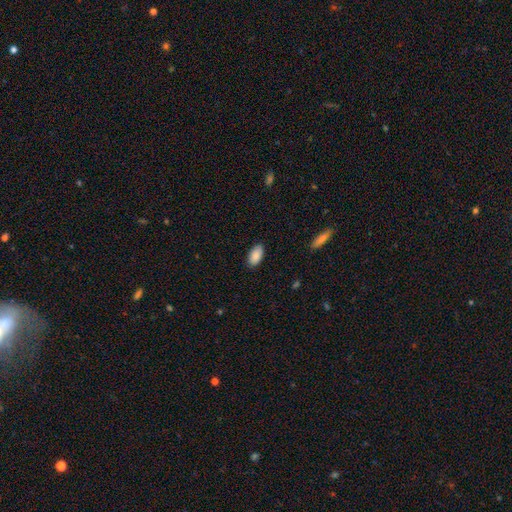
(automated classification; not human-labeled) This appears to be a smooth galaxy with no disk features (89%) that is in between round and cigar-shaped (94%). Merging: none (87%).